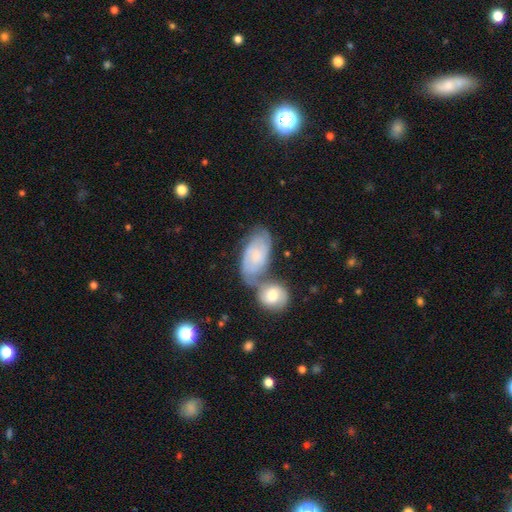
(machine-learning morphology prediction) This is likely a featured or disk galaxy (63%). It is clearly not viewed edge-on (95%). Bar: likely no (63%). Spiral arm pattern: clearly yes (90%). Spiral arm count: possibly 2 (52%). Spiral winding: possibly tight (52%). Central bulge: possibly small (57%). Merging: possibly merger (49%).